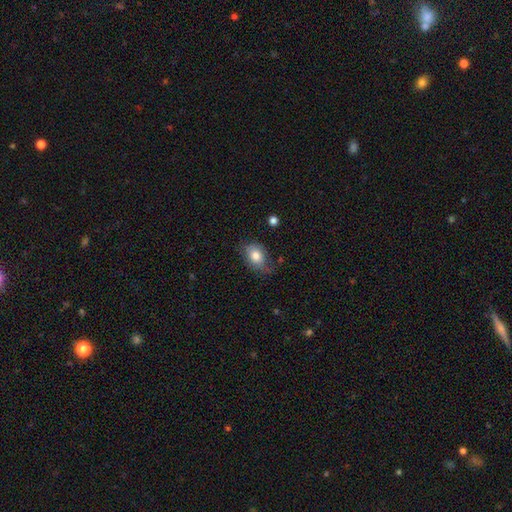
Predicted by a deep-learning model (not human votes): Smooth or featured: smooth — 78% (featured or disk — 14%)
How rounded: in between — 80% (round — 19%)
Merging: none — 58% (minor disturbance — 30%)